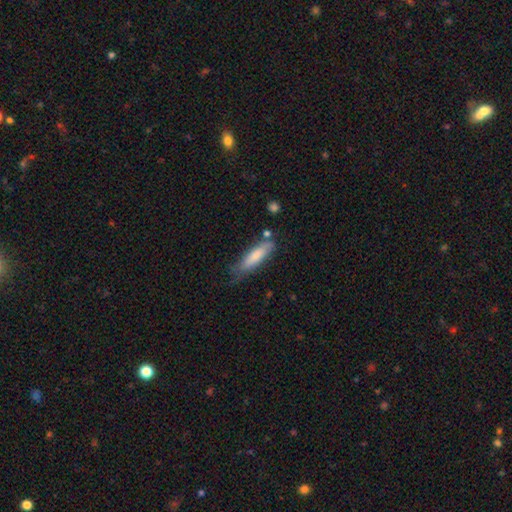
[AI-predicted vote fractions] Smooth or featured?
  - smooth: 74% *
  - featured or disk: 20%
  - star or artifact: 6%
How rounded?
  - cigar-shaped: 66% *
  - in between: 33%
  - round: 2%
Merging?
  - none: 59% *
  - minor disturbance: 28%
  - major disturbance: 8%
  - merger: 5%